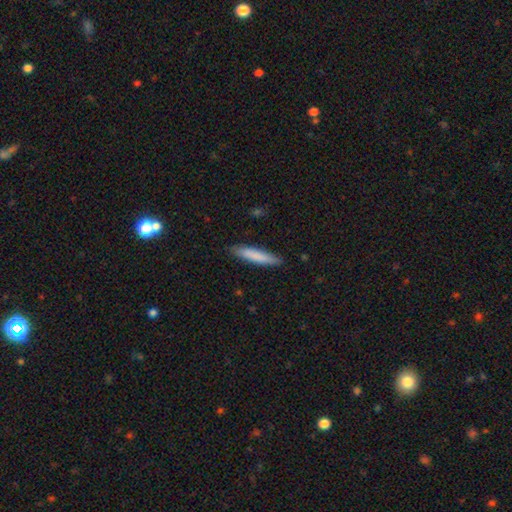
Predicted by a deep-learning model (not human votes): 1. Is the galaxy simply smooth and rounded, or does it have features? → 81% smooth, 13% featured or disk, 5% star or artifact.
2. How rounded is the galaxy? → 88% cigar-shaped, 11% in between, 1% round.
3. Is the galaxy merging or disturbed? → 87% none, 10% minor disturbance, 2% major disturbance, 1% merger.